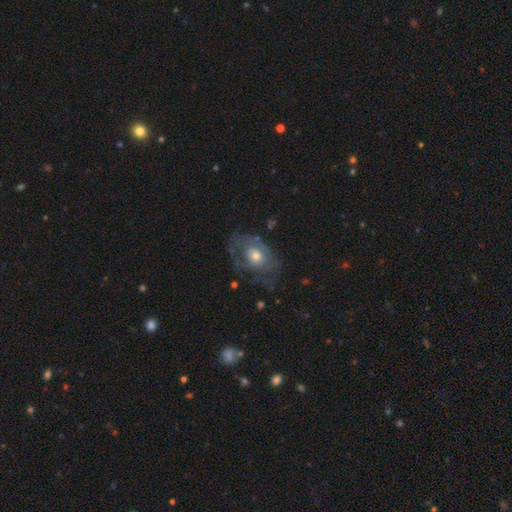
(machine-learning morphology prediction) smooth-or-featured: featured or disk: 53% | smooth: 38% | star or artifact: 9%
  disk-edge-on: no: 94% | yes: 6%
    bar: no: 86% | weak: 12% | strong: 2%
    has-spiral-arms: no: 60% | yes: 40%
    bulge-size: moderate: 62% | small: 24% | large: 11% | none: 1% | dominant: 1%
  merging: none: 52% | minor disturbance: 24% | major disturbance: 22% | merger: 2%